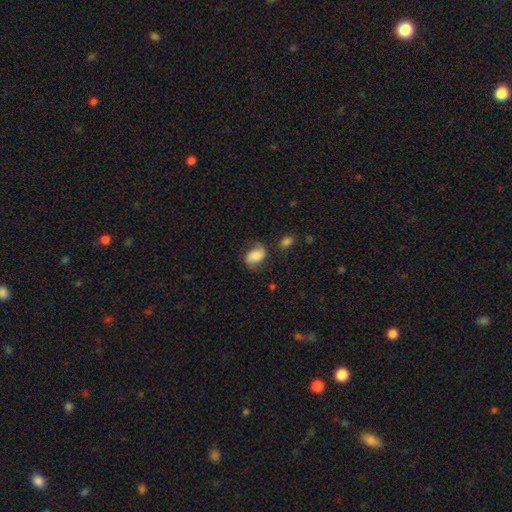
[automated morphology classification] Smooth or featured? smooth (55%)
How rounded? in between (79%)
Merging? none (63%)